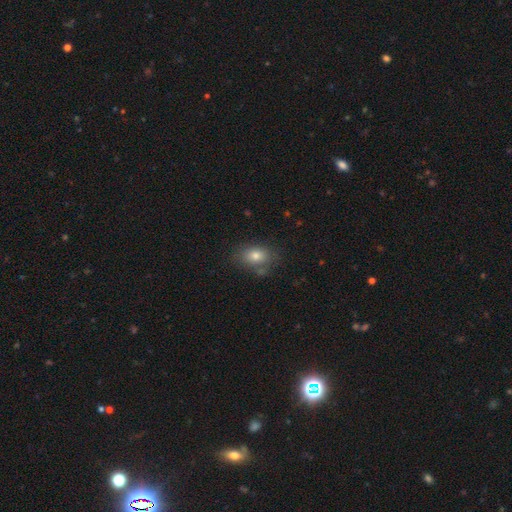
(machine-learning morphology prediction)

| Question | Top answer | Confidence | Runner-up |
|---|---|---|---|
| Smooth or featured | smooth | 78% | featured or disk (12%) |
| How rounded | in between | 79% | round (19%) |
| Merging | none | 73% | minor disturbance (16%) |